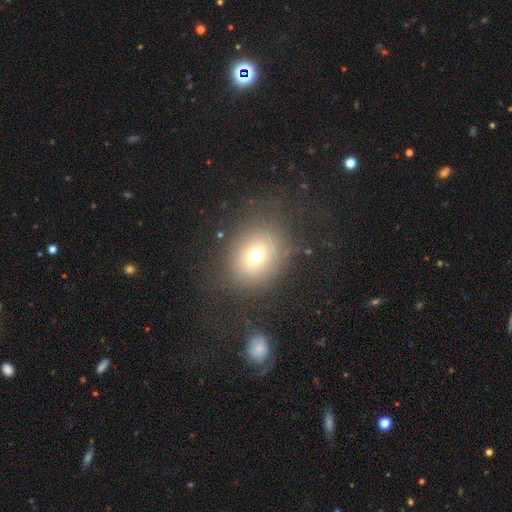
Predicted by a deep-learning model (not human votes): Morphology: type=smooth (70%); roundness=round (65%); merging=none (79%).